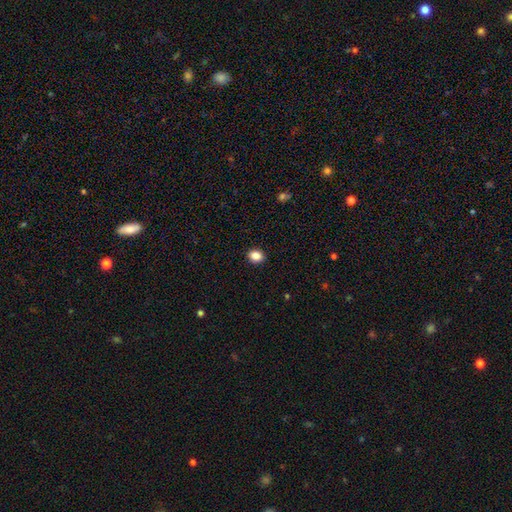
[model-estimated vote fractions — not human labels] This is clearly a smooth galaxy (86%). How rounded: possibly round (50%). Merging: clearly none (91%).